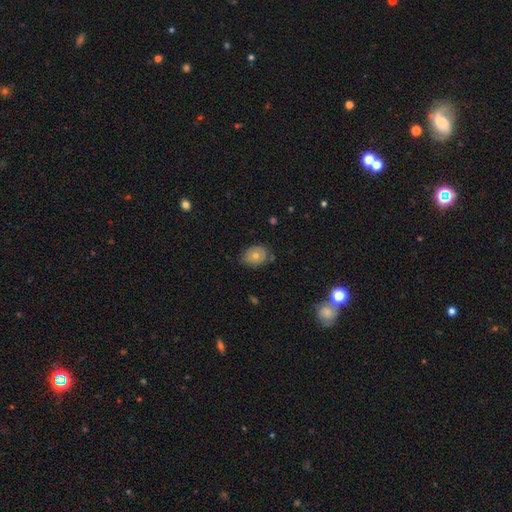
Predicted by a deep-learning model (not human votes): The model was most divided on "how rounded": in between: 60%, round: 39%, cigar-shaped: 1%. More confident: merging — none (68%); smooth or featured — smooth (60%).